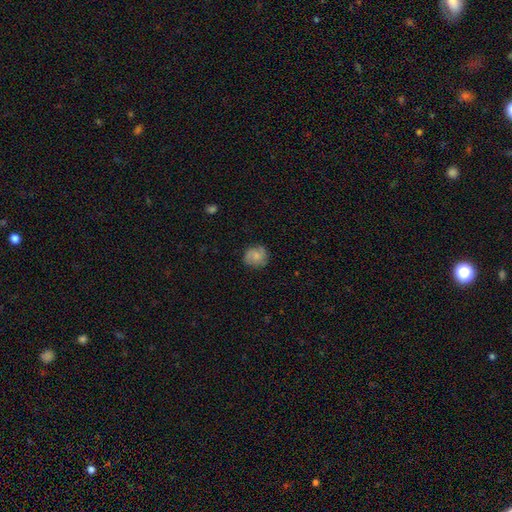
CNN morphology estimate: smooth-or-featured: smooth: 63% | featured or disk: 29% | star or artifact: 8%
  how-rounded: round: 83% | in between: 16% | cigar-shaped: 1%
  merging: none: 76% | minor disturbance: 18% | major disturbance: 5% | merger: 1%